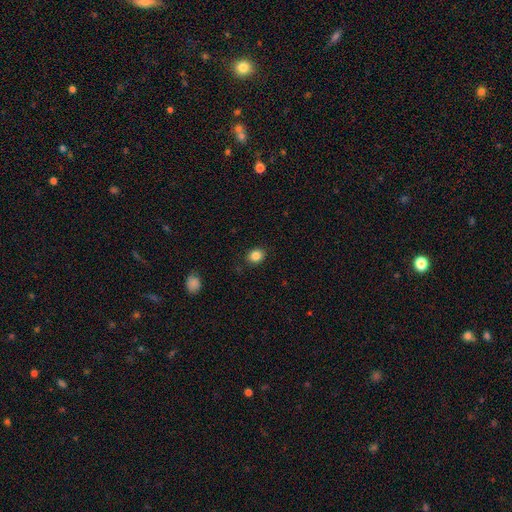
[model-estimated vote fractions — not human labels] Q: Smooth or featured?
A: smooth (85%); runner-up: star or artifact (10%)
Q: How rounded?
A: round (61%); runner-up: in between (38%)
Q: Merging?
A: none (88%); runner-up: minor disturbance (8%)